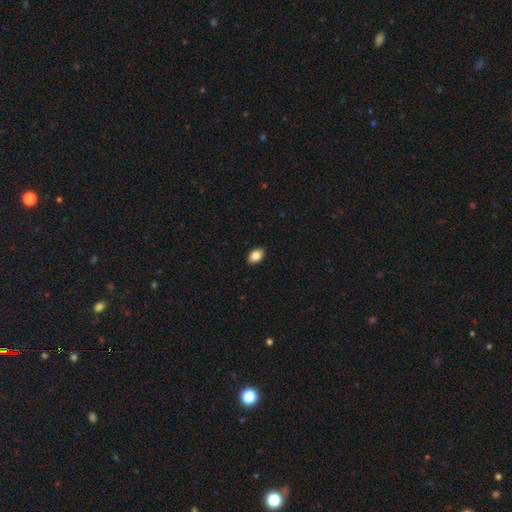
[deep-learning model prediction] smooth_or_featured: smooth (p=0.86) [alt: star or artifact p=0.08]
how_rounded: in between (p=0.87) [alt: round p=0.12]
merging: none (p=0.91) [alt: minor disturbance p=0.07]